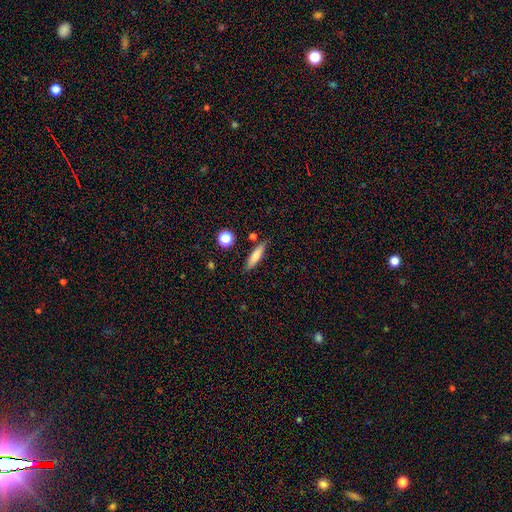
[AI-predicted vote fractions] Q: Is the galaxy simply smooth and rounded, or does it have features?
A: smooth — 72%.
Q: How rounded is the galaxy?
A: cigar-shaped — 72%.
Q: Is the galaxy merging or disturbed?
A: none — 80%.